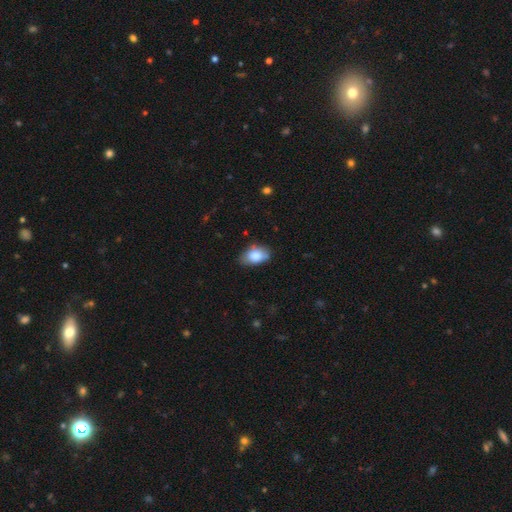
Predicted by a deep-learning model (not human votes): A smooth galaxy with no disk features (82%) that is in between round and cigar-shaped (87%). Merging: none (65%).